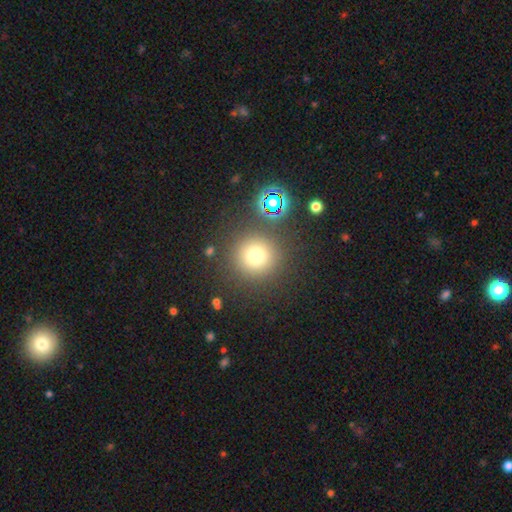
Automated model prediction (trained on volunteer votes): Overall: smooth (73%). How rounded: round (94%). Merging: none (85%).